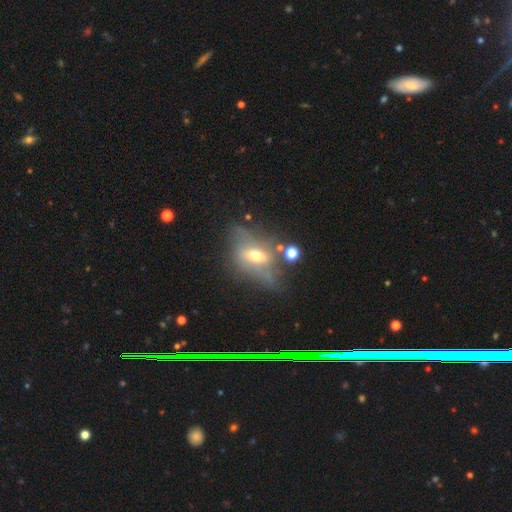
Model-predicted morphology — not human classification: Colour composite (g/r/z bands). It shows a featured or disk galaxy (57%). Merging: none (42%).